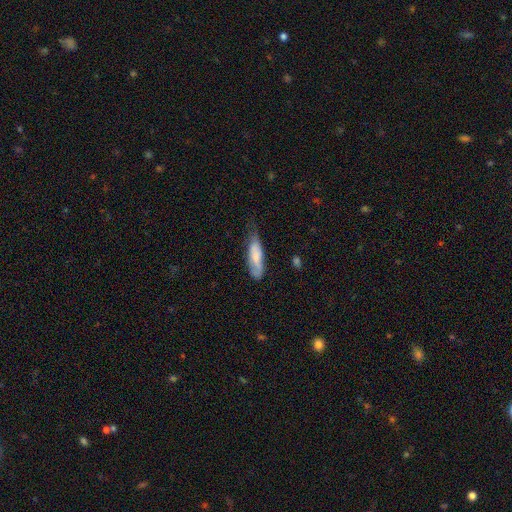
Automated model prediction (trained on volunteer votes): This is likely a smooth galaxy (65%). How rounded: possibly in between (54%). Merging: marginally none (45%).